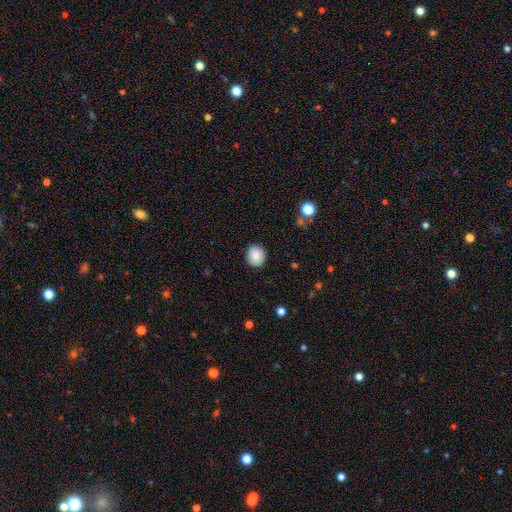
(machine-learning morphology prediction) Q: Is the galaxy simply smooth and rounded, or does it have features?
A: smooth — 88%.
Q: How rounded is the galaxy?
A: round — 77%.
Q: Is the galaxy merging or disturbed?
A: none — 89%.